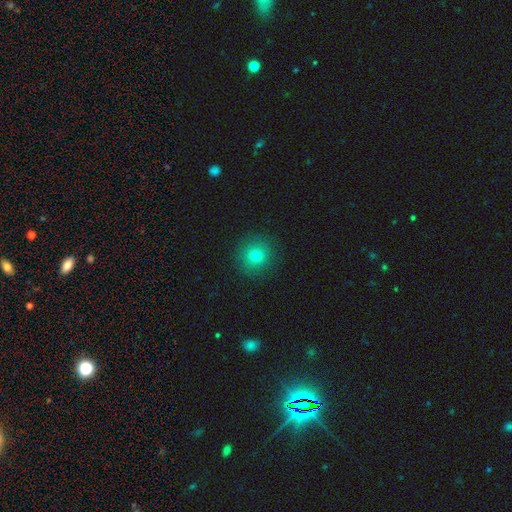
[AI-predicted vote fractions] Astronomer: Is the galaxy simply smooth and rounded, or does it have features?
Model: smooth — 77%.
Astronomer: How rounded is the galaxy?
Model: round — 92%.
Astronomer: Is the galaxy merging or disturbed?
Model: none — 90%.